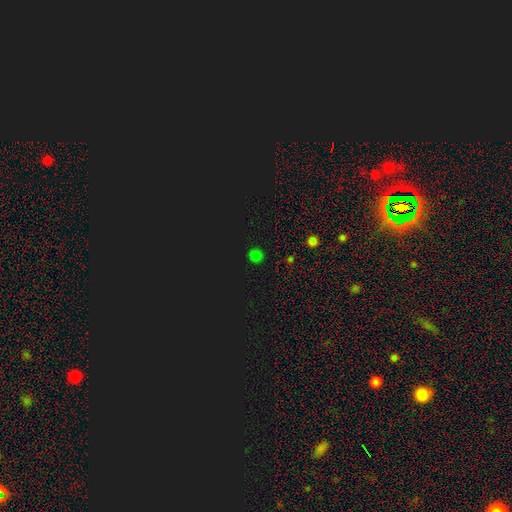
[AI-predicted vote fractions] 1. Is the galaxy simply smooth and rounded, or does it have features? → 63% smooth, 33% star or artifact, 4% featured or disk.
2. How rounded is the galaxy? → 91% round, 8% in between, 1% cigar-shaped.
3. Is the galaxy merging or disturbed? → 90% none, 6% minor disturbance, 2% major disturbance, 2% merger.